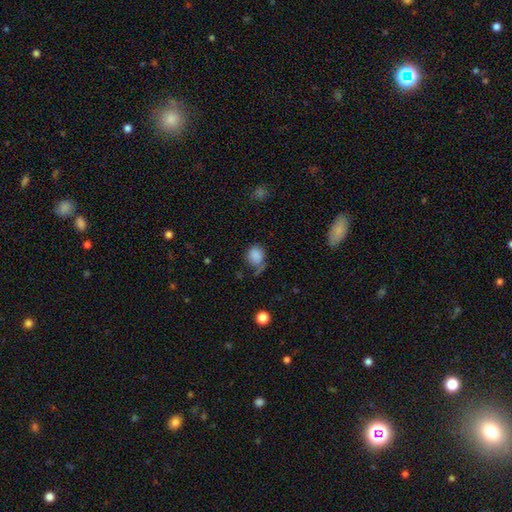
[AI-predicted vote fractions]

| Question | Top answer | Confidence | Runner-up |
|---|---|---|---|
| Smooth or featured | smooth | 83% | star or artifact (9%) |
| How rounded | round | 64% | in between (35%) |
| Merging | none | 48% | minor disturbance (28%) |